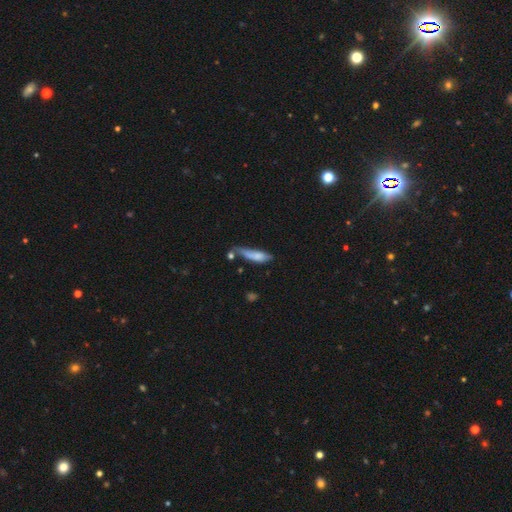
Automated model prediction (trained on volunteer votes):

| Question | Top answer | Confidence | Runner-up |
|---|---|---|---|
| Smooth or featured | smooth | 69% | featured or disk (23%) |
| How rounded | cigar-shaped | 61% | in between (37%) |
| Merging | minor disturbance | 32% | tied: none (32%) |